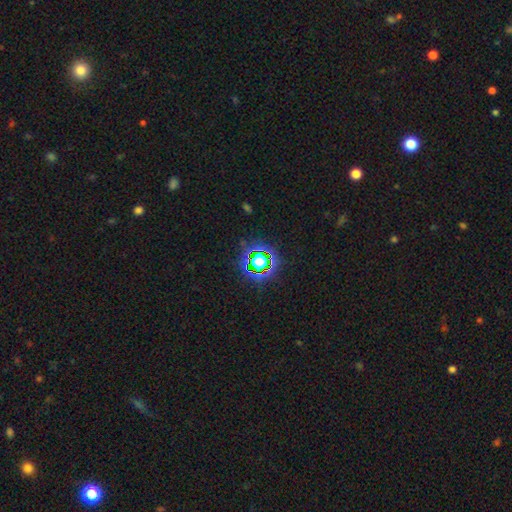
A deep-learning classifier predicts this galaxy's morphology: Smooth or featured? star or artifact (74%)